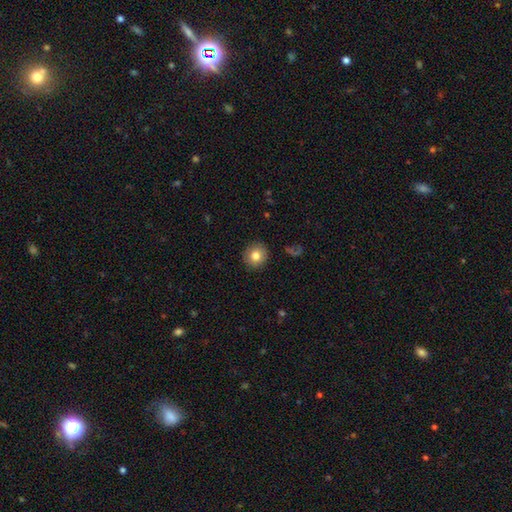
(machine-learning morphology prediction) The model was most divided on "smooth or featured": smooth: 80%, featured or disk: 11%, star or artifact: 10%. More confident: how rounded — round (92%); merging — none (90%).